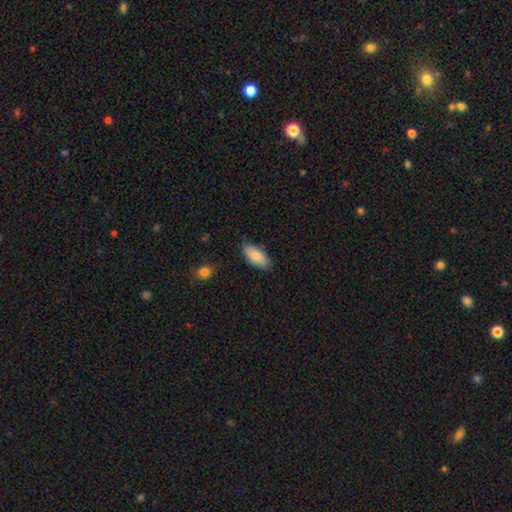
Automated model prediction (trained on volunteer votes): smooth 83%, featured or disk 11%, star or artifact 6%. Down the decision tree: how rounded — in between (87%); merging — none (84%).